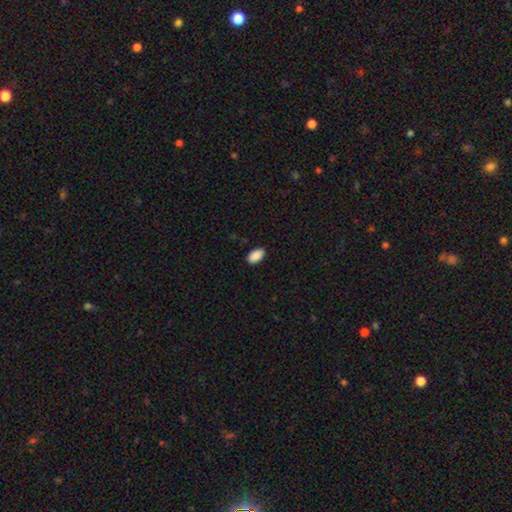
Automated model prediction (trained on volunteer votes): smooth 90%, star or artifact 7%, featured or disk 3%. Down the decision tree: how rounded — in between (94%); merging — none (88%).